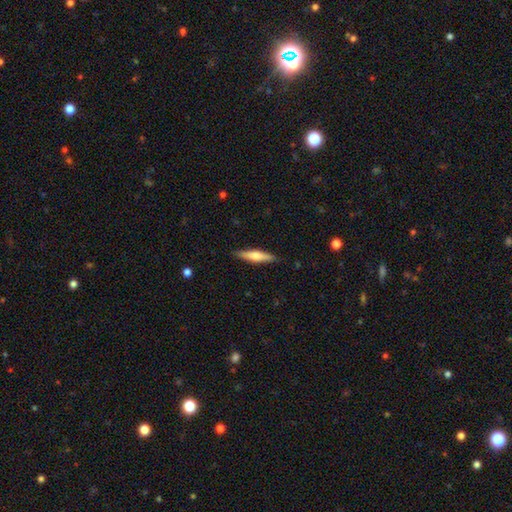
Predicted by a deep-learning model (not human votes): Smooth or featured?
  - smooth: 56% *
  - featured or disk: 38%
  - star or artifact: 6%
How rounded?
  - cigar-shaped: 79% *
  - in between: 19%
  - round: 2%
Merging?
  - none: 88% *
  - minor disturbance: 9%
  - major disturbance: 2%
  - merger: 1%